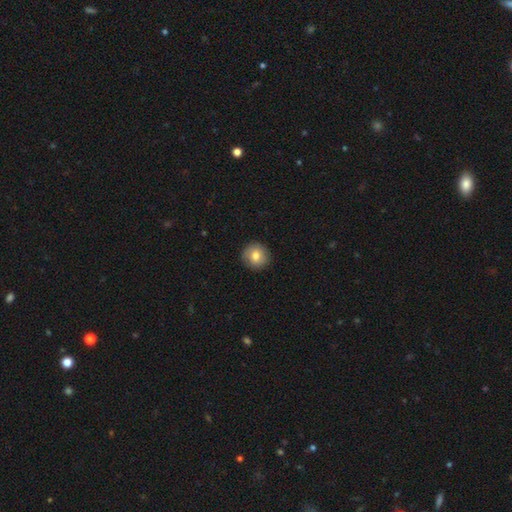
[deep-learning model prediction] Smooth or featured: smooth — 78% (featured or disk — 14%)
How rounded: round — 94% (in between — 5%)
Merging: none — 90% (minor disturbance — 7%)